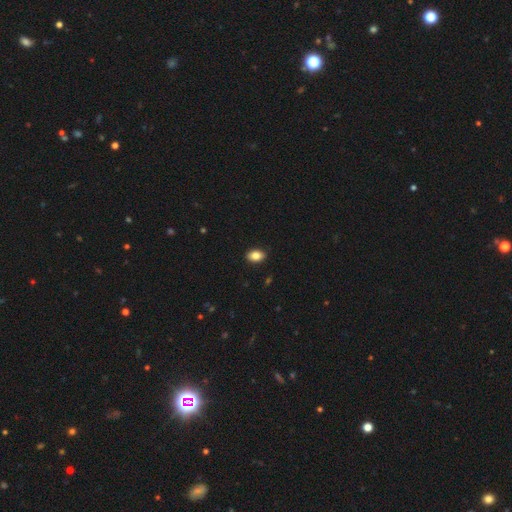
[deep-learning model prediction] smooth 85%, star or artifact 8%, featured or disk 7%. Down the decision tree: how rounded — in between (87%); merging — none (90%).